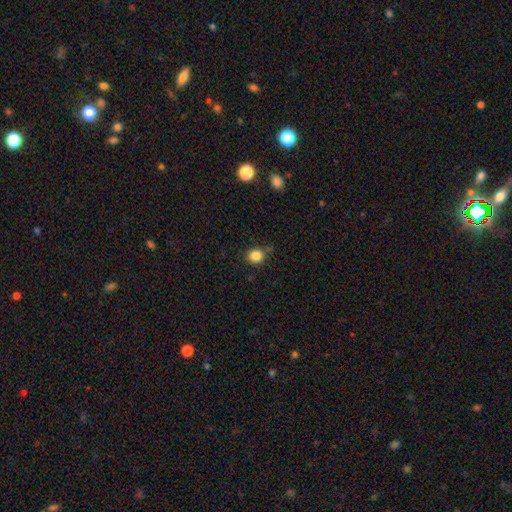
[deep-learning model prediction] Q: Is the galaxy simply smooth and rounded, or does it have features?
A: smooth — 85%.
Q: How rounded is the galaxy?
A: round — 86%.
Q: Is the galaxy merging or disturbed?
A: none — 79%.